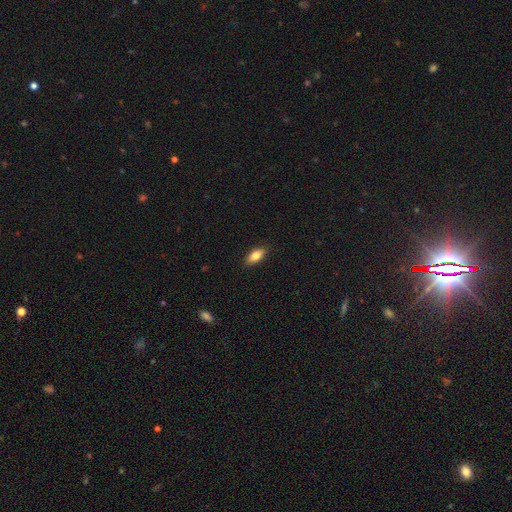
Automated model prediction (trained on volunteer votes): A smooth galaxy with no disk features (79%) that is in between round and cigar-shaped (85%). Merging: none (88%).